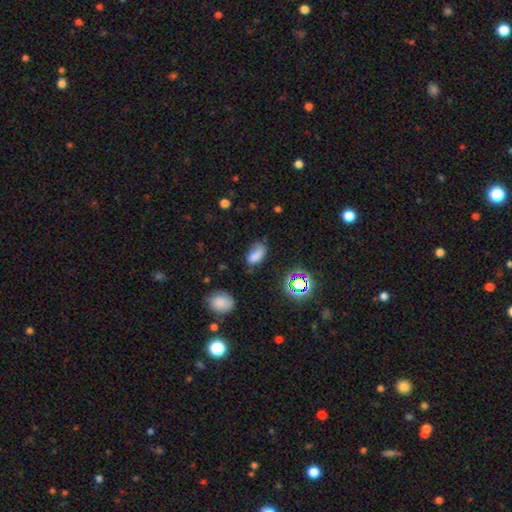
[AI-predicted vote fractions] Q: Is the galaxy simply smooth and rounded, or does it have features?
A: smooth — 72%.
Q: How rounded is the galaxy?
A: in between — 88%.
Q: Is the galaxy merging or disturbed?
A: none — 50%.